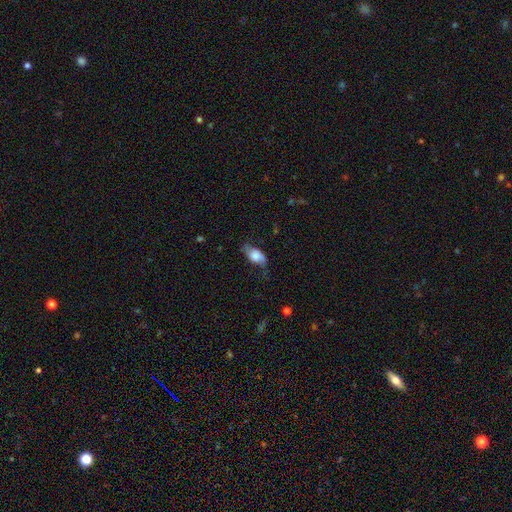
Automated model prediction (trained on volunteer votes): The model was most divided on "merging": none: 53%, minor disturbance: 30%, major disturbance: 16%, merger: 2%. More confident: how rounded — in between (87%); smooth or featured — smooth (61%).